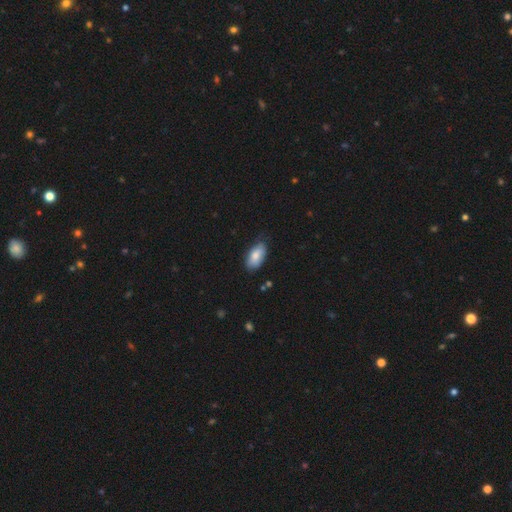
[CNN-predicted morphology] Smooth or featured? smooth (83%)
How rounded? in between (93%)
Merging? none (75%)